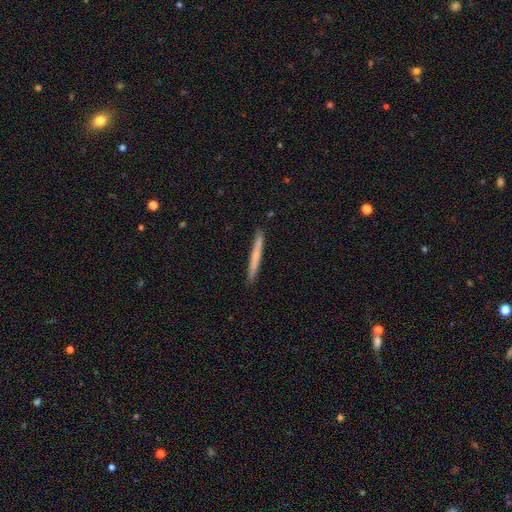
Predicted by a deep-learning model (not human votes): Morphology: type=smooth (64%); roundness=cigar-shaped (97%); merging=none (92%).